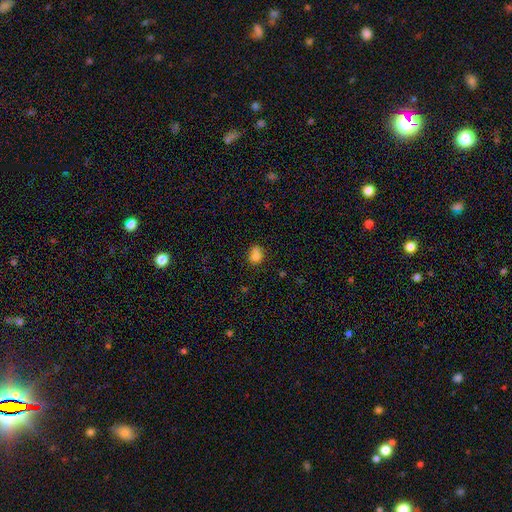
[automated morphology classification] This appears to be a smooth galaxy with no disk features (76%) that is round (66%). Merging: none (45%).